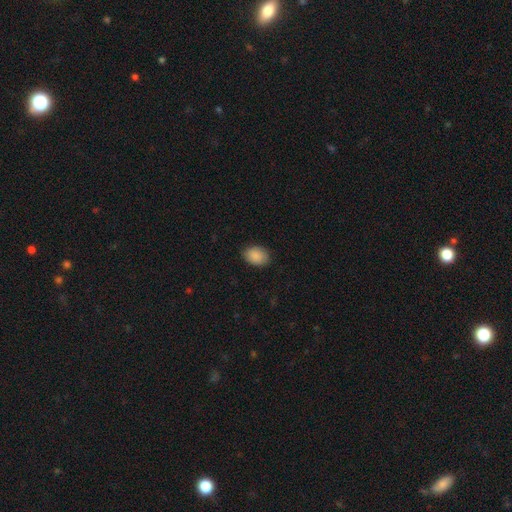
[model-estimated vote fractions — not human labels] smooth 89%, star or artifact 7%, featured or disk 4%. Down the decision tree: how rounded — in between (76%); merging — none (85%).